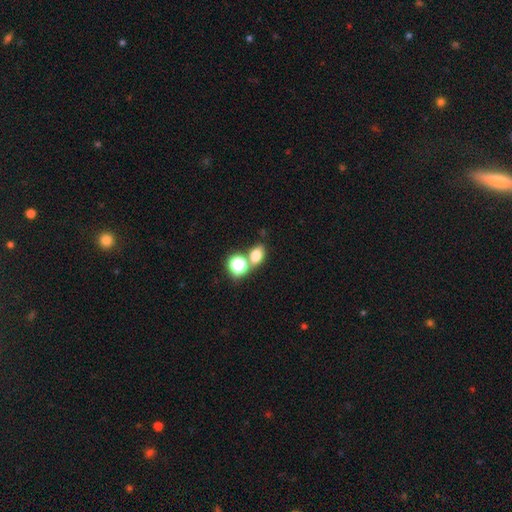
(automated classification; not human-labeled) This appears to be a smooth galaxy with no disk features (73%) that is in between round and cigar-shaped (65%). Merging: none (56%).